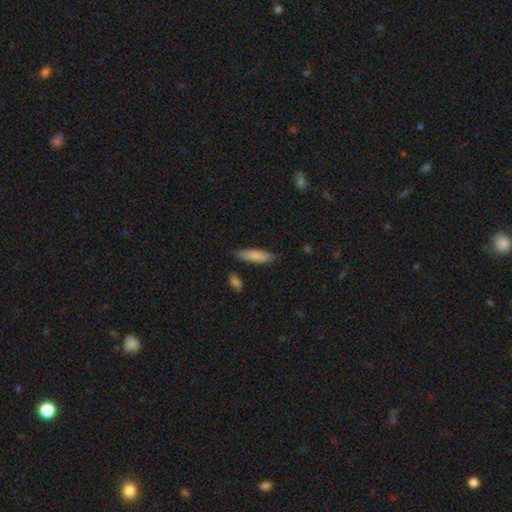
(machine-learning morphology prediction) Overall: smooth (82%). How rounded: cigar-shaped (56%; in between 43%). Merging: none (79%).